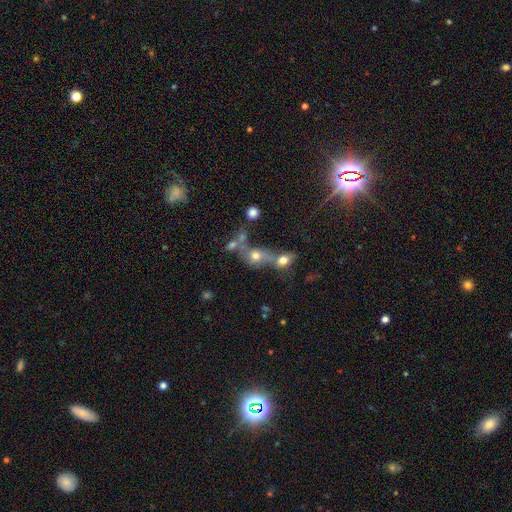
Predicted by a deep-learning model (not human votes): Morphology: type=smooth (60%); roundness=round (56%); merging=merger (58%).